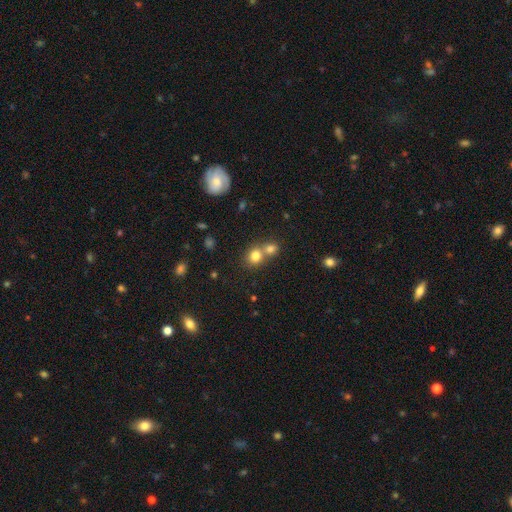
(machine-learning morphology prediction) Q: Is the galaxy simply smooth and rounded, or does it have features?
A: smooth — 79%.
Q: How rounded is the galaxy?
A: round — 79%.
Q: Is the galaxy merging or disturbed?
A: merger — 53%.